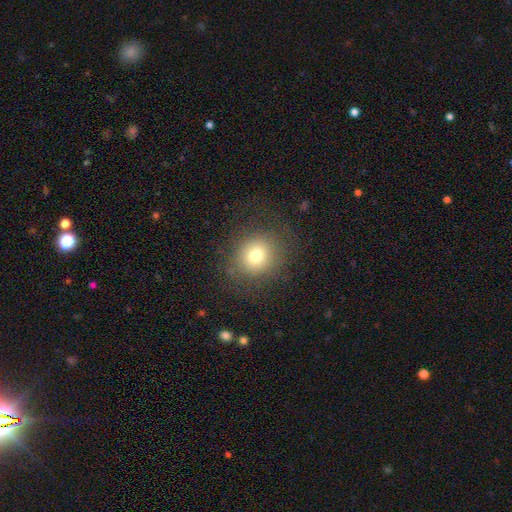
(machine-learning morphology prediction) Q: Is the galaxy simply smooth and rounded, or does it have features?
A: smooth — 73%.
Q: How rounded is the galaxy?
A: round — 82%.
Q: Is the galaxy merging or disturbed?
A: none — 81%.